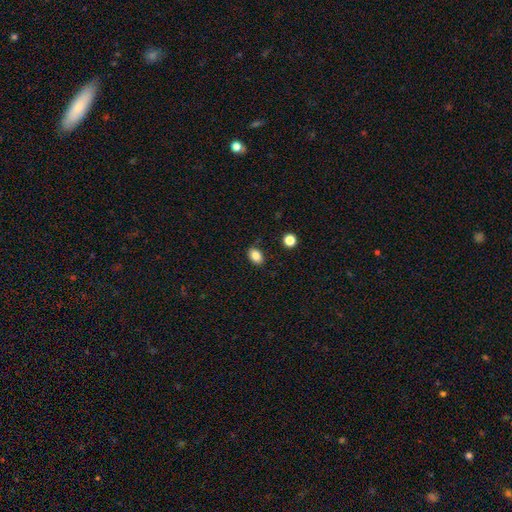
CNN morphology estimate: smooth_or_featured: smooth (p=0.85) [alt: star or artifact p=0.09]
how_rounded: in between (p=0.80) [alt: round p=0.19]
merging: none (p=0.86) [alt: minor disturbance p=0.09]